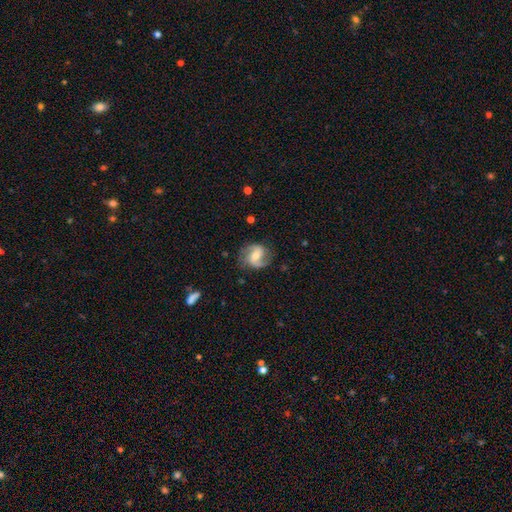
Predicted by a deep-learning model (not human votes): A featured or disk galaxy (82%) with a weak bar (46%), 2 (89%) medium (46%) spiral arms (96%) and a moderate central bulge (54%).

Vote fractions:
- Smooth or featured? featured or disk: 82% / smooth: 12% / star or artifact: 6%
- Edge-on disk? no: 98% / yes: 2%
- Bar? weak: 46% / no: 35% / strong: 19%
- Spiral arms? yes: 96% / no: 4%
- Spiral winding? medium: 46% / loose: 39% / tight: 15%
- Spiral arm count? 2: 89% / 1: 4% / can't tell: 3% / 3: 2% / 4: 1% / more than 4: 1%
- Bulge size? moderate: 54% / small: 36% / large: 5% / none: 3% / dominant: 1%
- Merging? none: 76% / minor disturbance: 16% / major disturbance: 6% / merger: 1%